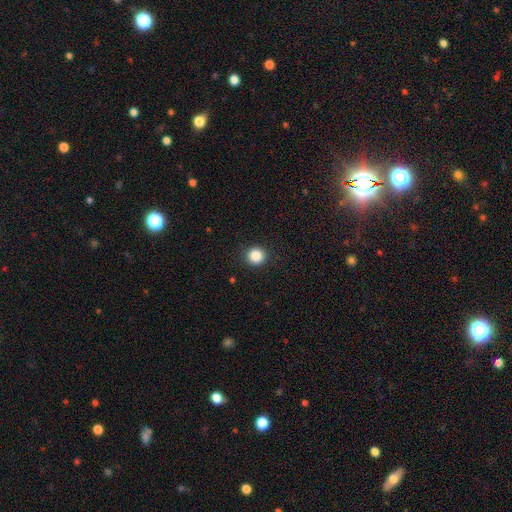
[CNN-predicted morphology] Smooth or featured: smooth — 86% (star or artifact — 10%)
How rounded: round — 93% (in between — 6%)
Merging: none — 91% (minor disturbance — 6%)